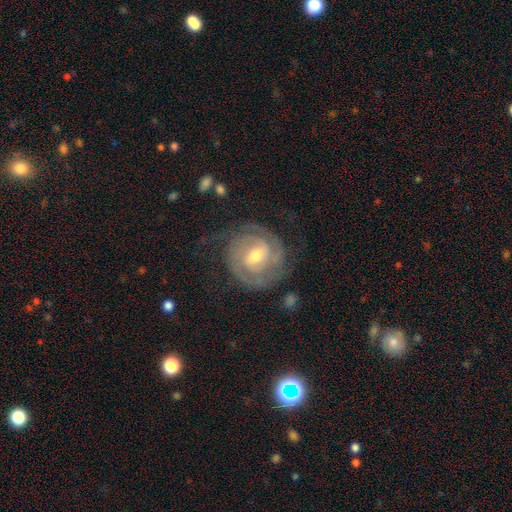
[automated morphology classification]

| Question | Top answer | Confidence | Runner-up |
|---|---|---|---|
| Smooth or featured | featured or disk | 87% | smooth (8%) |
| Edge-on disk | no | 97% | yes (3%) |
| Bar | weak | 52% | no (29%) |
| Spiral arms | yes | 96% | no (4%) |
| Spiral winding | tight | 72% | medium (23%) |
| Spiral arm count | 2 | 54% | can't tell (18%) |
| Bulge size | moderate | 65% | small (30%) |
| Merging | none | 76% | minor disturbance (15%) |